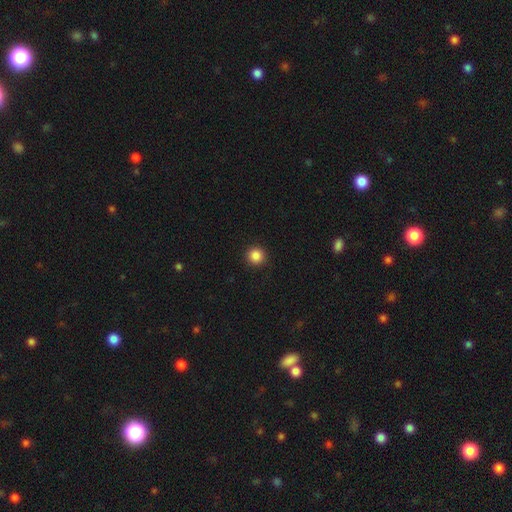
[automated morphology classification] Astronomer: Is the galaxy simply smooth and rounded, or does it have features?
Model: smooth — 86%.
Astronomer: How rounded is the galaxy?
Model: round — 95%.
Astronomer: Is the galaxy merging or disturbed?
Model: none — 93%.